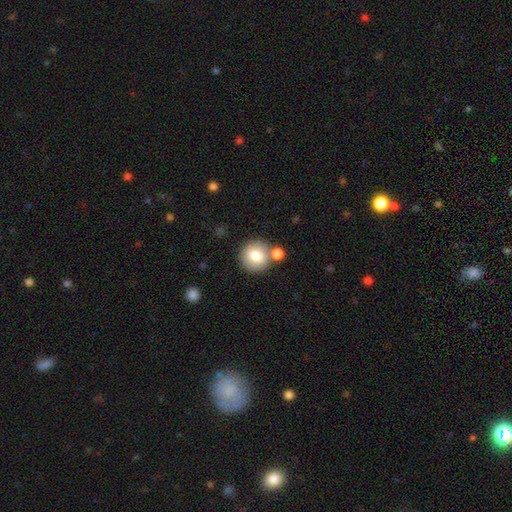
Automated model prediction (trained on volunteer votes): A smooth galaxy with no disk features (79%) that is round (87%).

Vote fractions:
- Smooth or featured? smooth: 79% / featured or disk: 13% / star or artifact: 8%
- How rounded? round: 87% / in between: 12% / cigar-shaped: 1%
- Merging? none: 66% / merger: 20% / minor disturbance: 11% / major disturbance: 4%